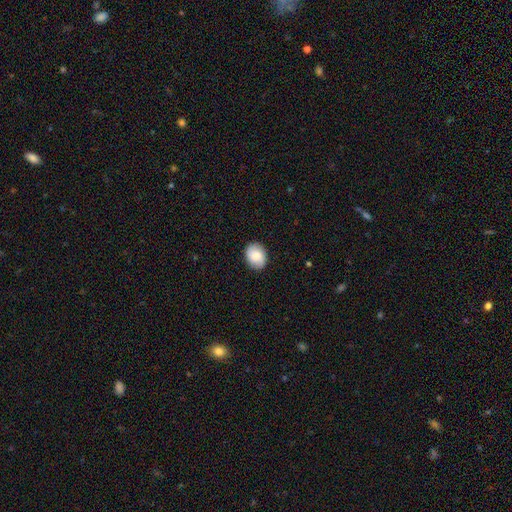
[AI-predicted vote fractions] smooth-or-featured: smooth: 77% | featured or disk: 16% | star or artifact: 8%
  how-rounded: in between: 63% | round: 36% | cigar-shaped: 1%
  merging: none: 87% | minor disturbance: 10% | major disturbance: 2% | merger: 1%